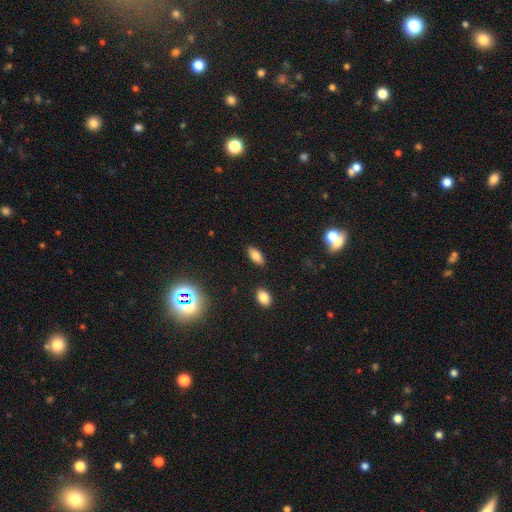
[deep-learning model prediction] This appears to be a smooth galaxy with no disk features (79%) that is in between round and cigar-shaped (87%). Merging: none (87%).